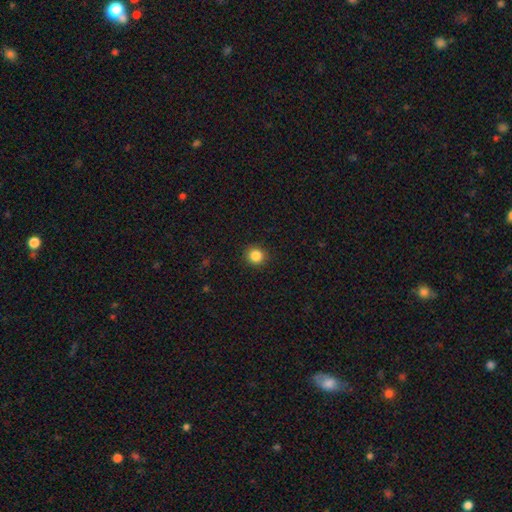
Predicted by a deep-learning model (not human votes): Morphology: type=smooth (85%); roundness=round (91%); merging=none (92%).